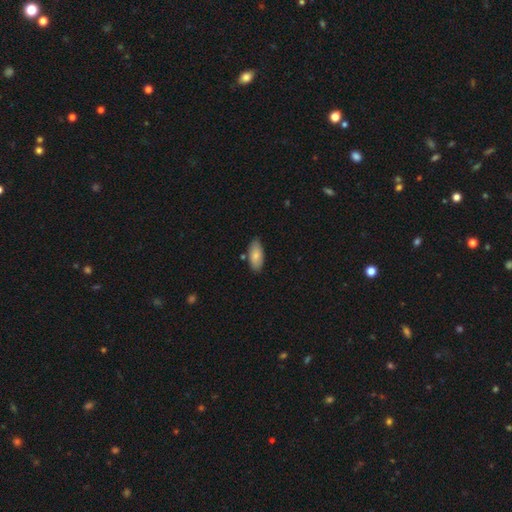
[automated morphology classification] smooth 82%, featured or disk 12%, star or artifact 6%. Down the decision tree: how rounded — in between (89%); merging — none (81%).